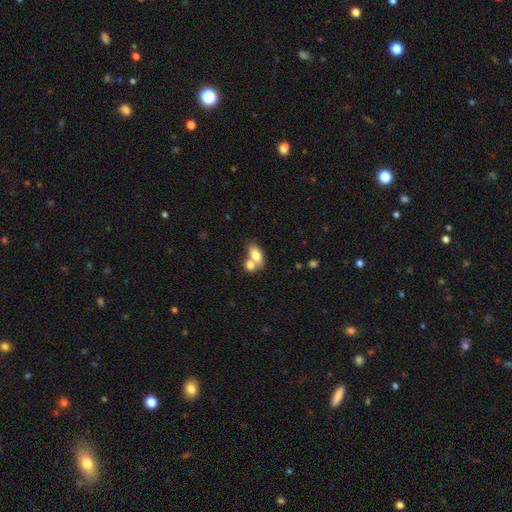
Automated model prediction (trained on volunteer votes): Morphology: type=smooth (77%); roundness=in between (86%); merging=merger (58%).